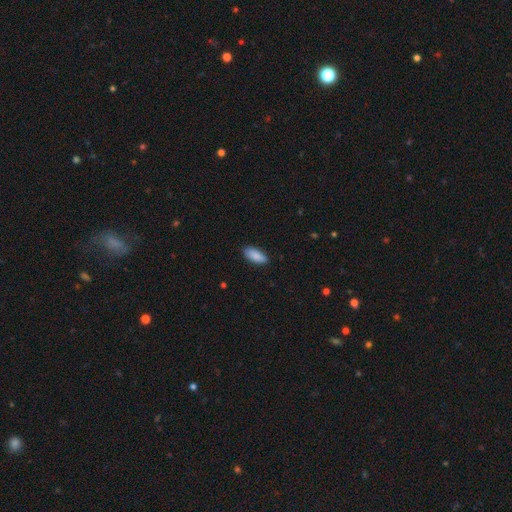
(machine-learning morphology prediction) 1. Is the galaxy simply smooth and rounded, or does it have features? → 90% smooth, 6% star or artifact, 5% featured or disk.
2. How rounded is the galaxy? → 86% in between, 13% cigar-shaped, 2% round.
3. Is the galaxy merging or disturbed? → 86% none, 11% minor disturbance, 2% major disturbance, 1% merger.